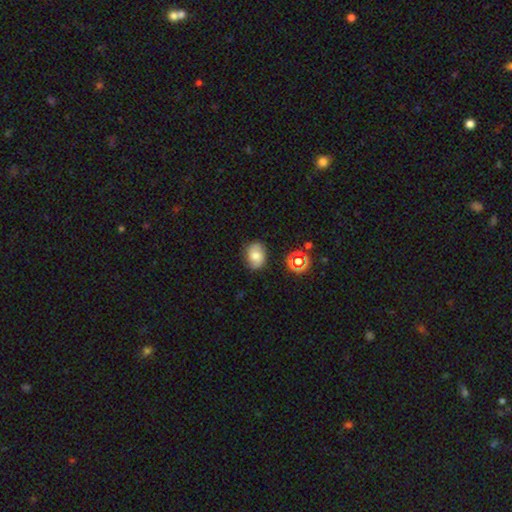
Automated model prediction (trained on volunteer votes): This appears to be a smooth galaxy with no disk features (65%) that is in between round and cigar-shaped (63%). Merging: none (80%).